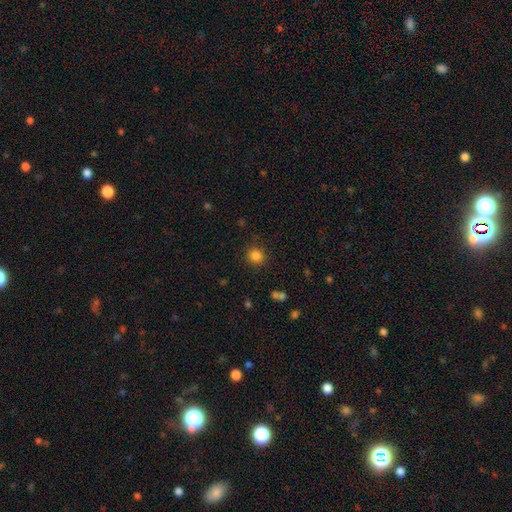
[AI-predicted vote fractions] smooth 84%, star or artifact 12%, featured or disk 4%. Down the decision tree: how rounded — round (88%); merging — none (88%).